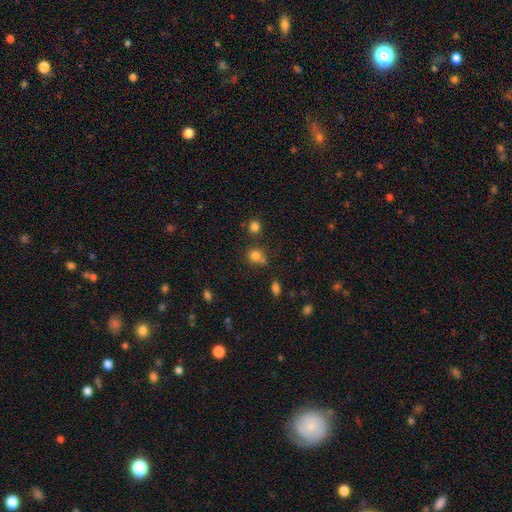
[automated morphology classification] This appears to be a smooth galaxy with no disk features (79%) that is round (78%). Merging: none (59%).